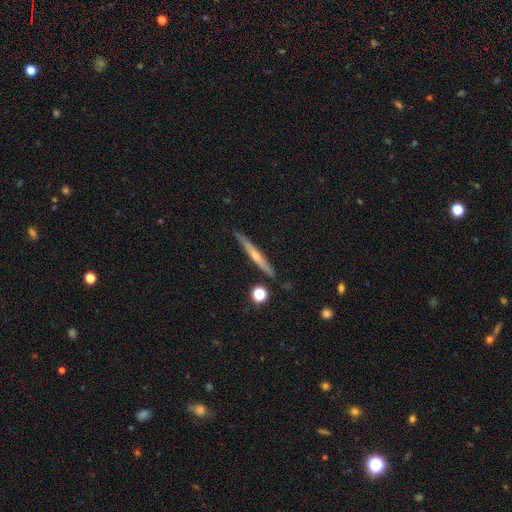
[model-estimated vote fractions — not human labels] Smooth or featured?
  - featured or disk: 60% *
  - smooth: 33%
  - star or artifact: 7%
Edge-on disk?
  - yes: 96% *
  - no: 4%
Edge-on bulge?
  - rounded: 66% *
  - none: 30%
  - boxy: 4%
Merging?
  - none: 85% *
  - minor disturbance: 10%
  - merger: 3%
  - major disturbance: 2%